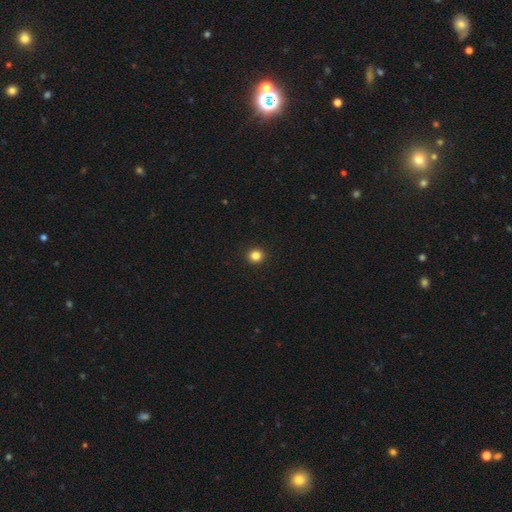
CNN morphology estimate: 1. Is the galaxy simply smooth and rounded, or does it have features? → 84% smooth, 12% star or artifact, 4% featured or disk.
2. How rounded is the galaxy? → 88% round, 11% in between, 1% cigar-shaped.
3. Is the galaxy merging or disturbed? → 93% none, 4% minor disturbance, 1% major disturbance, 1% merger.